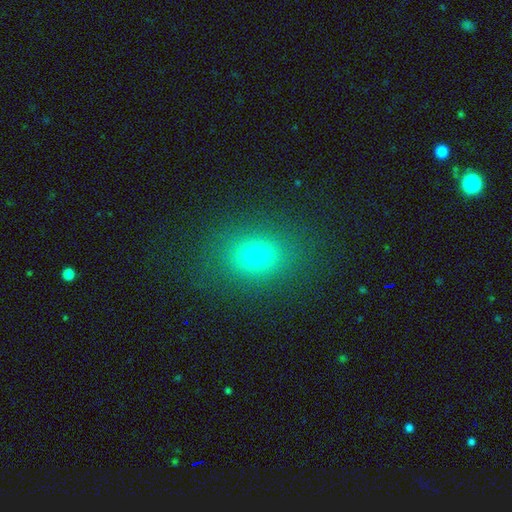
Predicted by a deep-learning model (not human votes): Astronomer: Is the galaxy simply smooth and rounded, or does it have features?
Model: smooth — 69%.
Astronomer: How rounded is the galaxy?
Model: in between — 54% (runner-up: round, 44%).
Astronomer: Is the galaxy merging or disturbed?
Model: none — 84%.